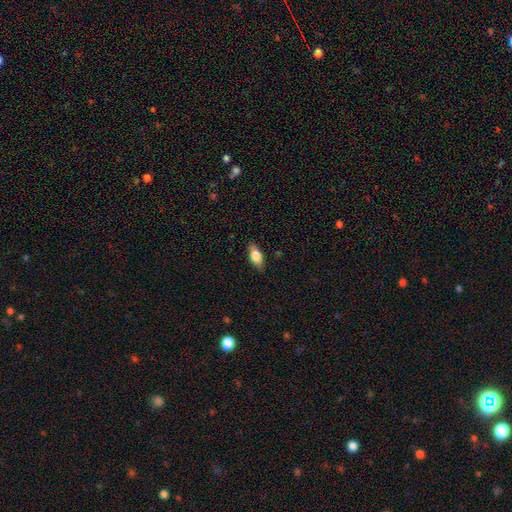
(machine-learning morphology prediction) Smooth or featured: smooth — 76% (featured or disk — 17%)
How rounded: in between — 84% (cigar-shaped — 13%)
Merging: none — 85% (minor disturbance — 12%)